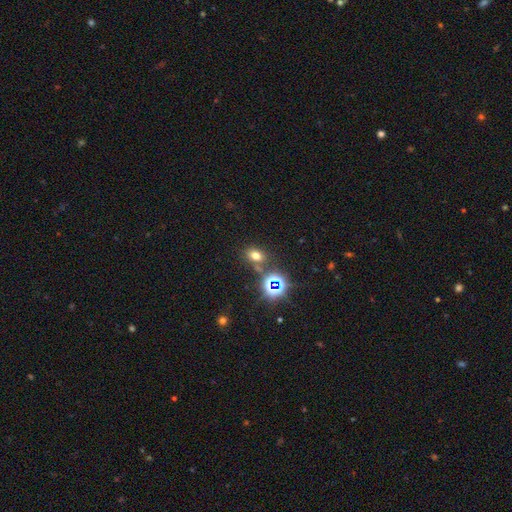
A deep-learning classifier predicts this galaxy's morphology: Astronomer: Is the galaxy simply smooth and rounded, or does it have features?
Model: smooth — 62%.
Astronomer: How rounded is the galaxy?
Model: in between — 62% (runner-up: round, 37%).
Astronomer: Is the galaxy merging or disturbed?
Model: none — 71%.